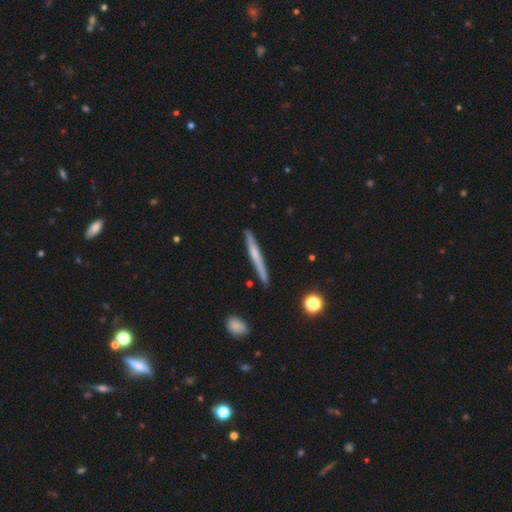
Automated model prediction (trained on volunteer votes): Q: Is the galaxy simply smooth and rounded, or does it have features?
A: featured or disk — 51%.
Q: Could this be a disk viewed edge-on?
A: yes — 96%.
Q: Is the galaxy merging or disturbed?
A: none — 87%.